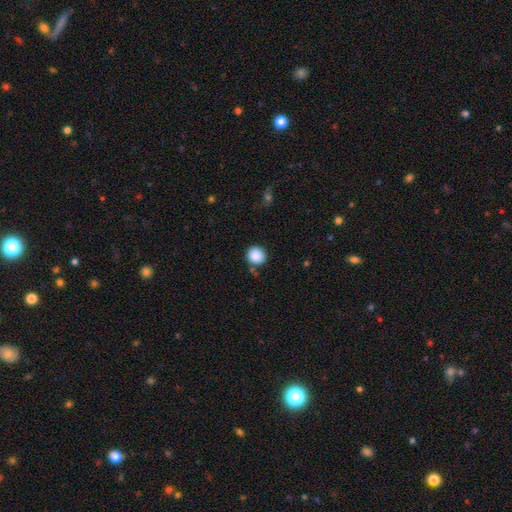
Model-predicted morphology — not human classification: smooth_or_featured: smooth (p=0.88) [alt: star or artifact p=0.09]
how_rounded: round (p=0.89) [alt: in between p=0.10]
merging: none (p=0.78) [alt: minor disturbance p=0.13]